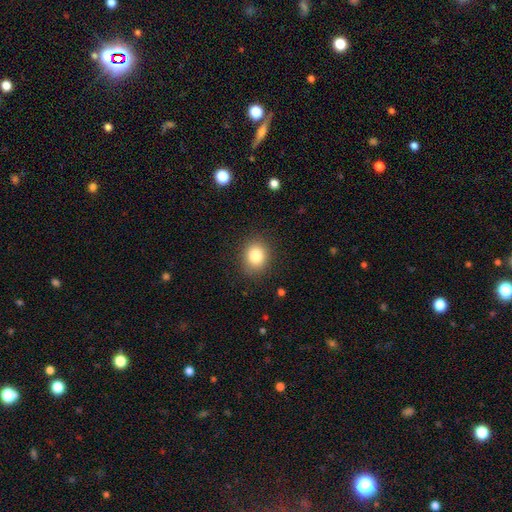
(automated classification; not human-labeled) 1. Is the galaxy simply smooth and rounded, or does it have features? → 83% smooth, 10% star or artifact, 7% featured or disk.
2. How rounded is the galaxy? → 64% round, 35% in between, 1% cigar-shaped.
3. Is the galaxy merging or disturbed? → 88% none, 8% minor disturbance, 3% major disturbance, 1% merger.